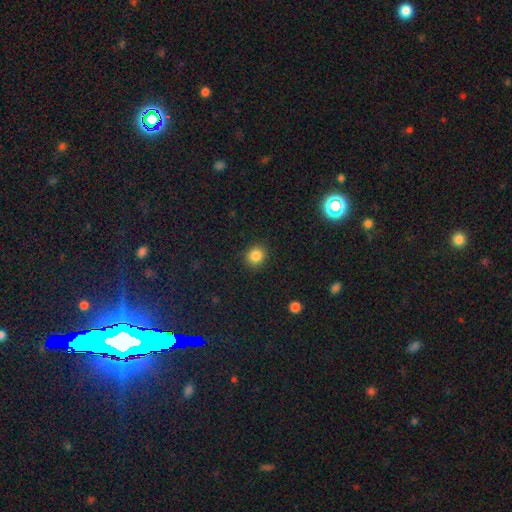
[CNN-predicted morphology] smooth_or_featured: smooth (p=0.85) [alt: star or artifact p=0.11]
how_rounded: round (p=0.87) [alt: in between p=0.13]
merging: none (p=0.91) [alt: minor disturbance p=0.06]